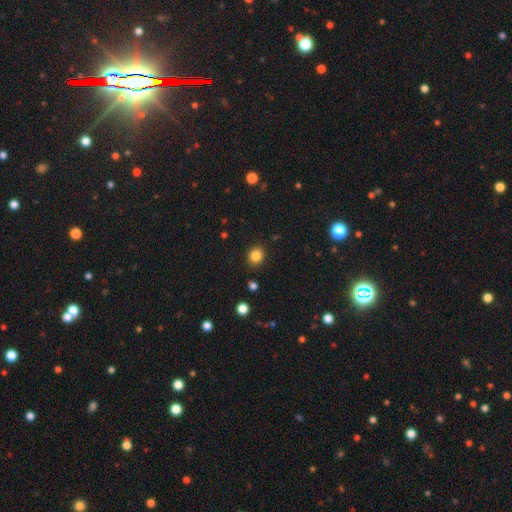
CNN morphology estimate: Q: Smooth or featured?
A: smooth (84%); runner-up: star or artifact (12%)
Q: How rounded?
A: round (75%); runner-up: in between (24%)
Q: Merging?
A: none (89%); runner-up: minor disturbance (7%)